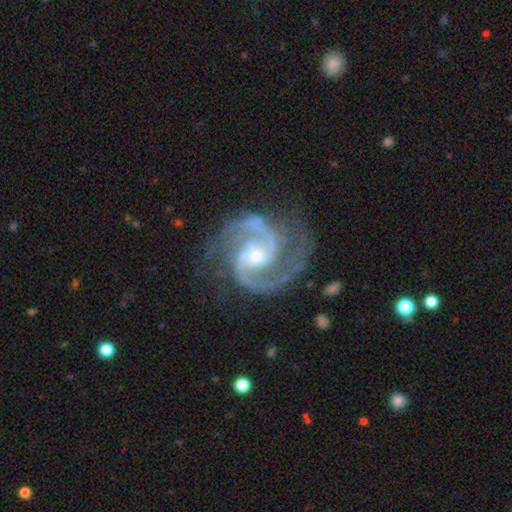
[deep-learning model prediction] A featured or disk galaxy (94%) with no bar (49%), 2 (85%) medium (64%) spiral arms (99%) and a small central bulge (56%).

Vote fractions:
- Smooth or featured? featured or disk: 94% / star or artifact: 4% / smooth: 2%
- Edge-on disk? no: 98% / yes: 2%
- Bar? no: 49% / weak: 38% / strong: 13%
- Spiral arms? yes: 99% / no: 1%
- Spiral winding? medium: 64% / tight: 27% / loose: 9%
- Spiral arm count? 2: 85% / 3: 8% / can't tell: 2% / 4: 2% / 1: 2% / more than 4: 2%
- Bulge size? small: 56% / moderate: 40% / large: 2% / none: 2% / dominant: 1%
- Merging? none: 74% / minor disturbance: 17% / major disturbance: 7% / merger: 2%